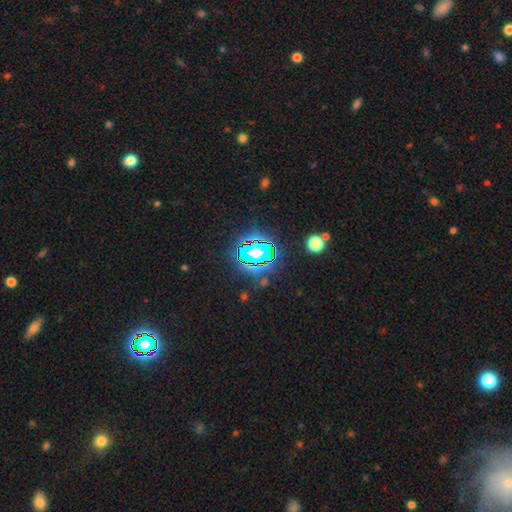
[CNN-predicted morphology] A star or artifact, not a galaxy (64%).

Vote fractions:
- Smooth or featured? star or artifact: 64% / smooth: 22% / featured or disk: 14%